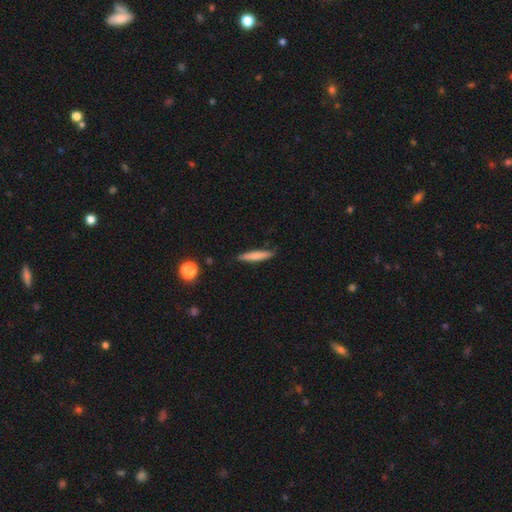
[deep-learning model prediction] Morphology: type=smooth (74%); roundness=cigar-shaped (91%); merging=none (85%).